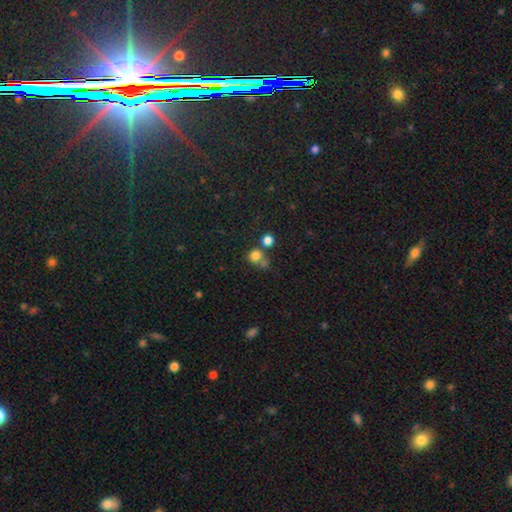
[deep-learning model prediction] Q: Smooth or featured?
A: smooth (78%); runner-up: star or artifact (15%)
Q: How rounded?
A: round (85%); runner-up: in between (14%)
Q: Merging?
A: none (53%); runner-up: merger (32%)